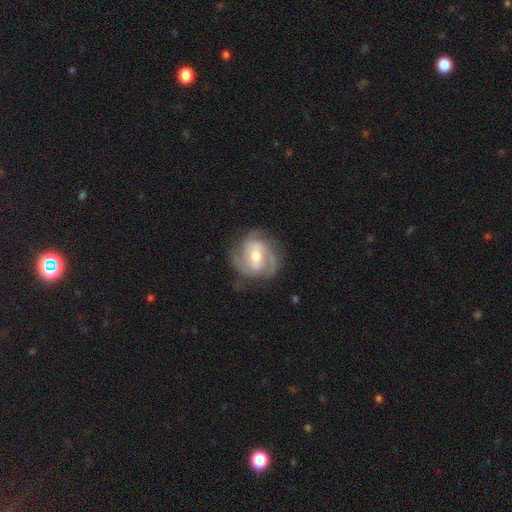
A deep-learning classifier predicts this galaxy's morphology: smooth-or-featured: featured or disk: 86% | smooth: 10% | star or artifact: 5%
  disk-edge-on: no: 98% | yes: 2%
    bar: weak: 48% | no: 34% | strong: 18%
    has-spiral-arms: yes: 96% | no: 4%
      spiral-winding: tight: 47% | medium: 43% | loose: 10%
      spiral-arm-count: 2: 46% | 3: 32% | can't tell: 11% | 4: 4% | 1: 4% | more than 4: 3%
    bulge-size: moderate: 65% | small: 30% | large: 4% | none: 1% | dominant: 1%
  merging: none: 75% | minor disturbance: 17% | major disturbance: 7% | merger: 1%